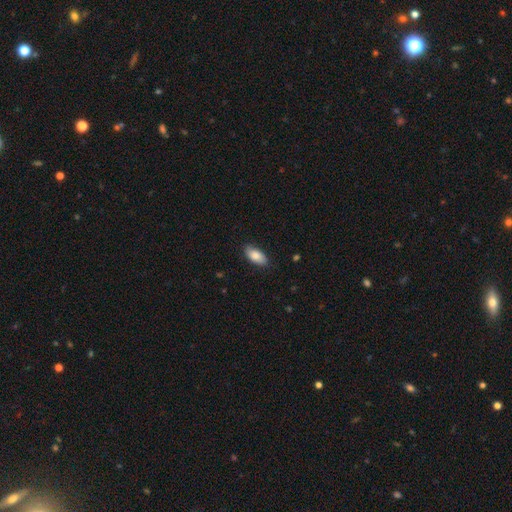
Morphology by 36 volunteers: smooth 83%, featured or disk 11%, star or artifact 6%. Down the decision tree: how rounded — in between (90%); merging — none (94%).